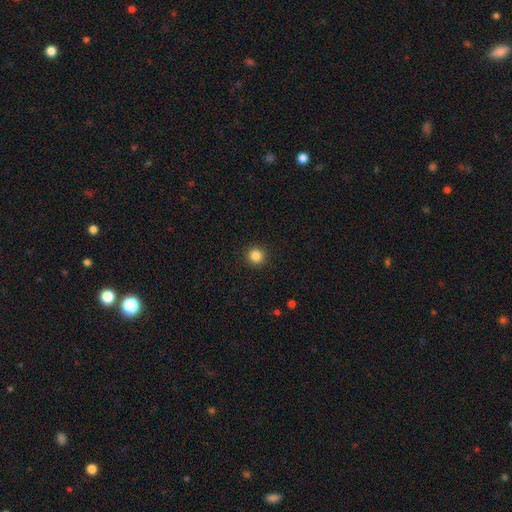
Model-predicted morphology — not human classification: Smooth or featured? smooth (85%)
How rounded? round (95%)
Merging? none (93%)